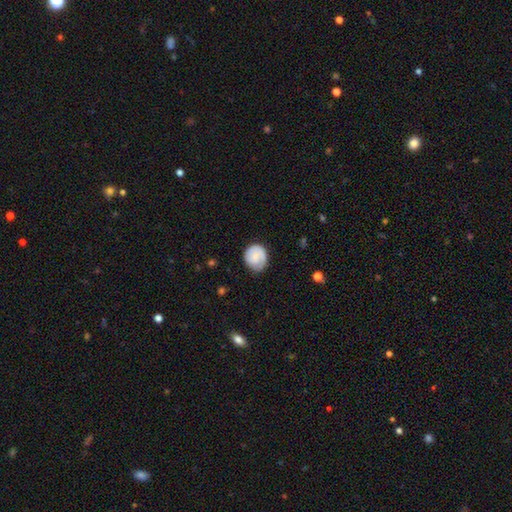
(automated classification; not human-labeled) A smooth galaxy with no disk features (57%) that is round (76%).

Vote fractions:
- Smooth or featured? smooth: 57% / featured or disk: 36% / star or artifact: 7%
- How rounded? round: 76% / in between: 23% / cigar-shaped: 1%
- Merging? none: 71% / minor disturbance: 22% / major disturbance: 6% / merger: 1%